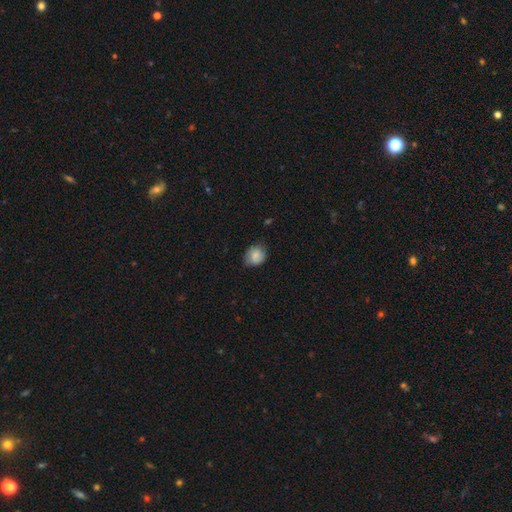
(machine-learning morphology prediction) This is likely a smooth galaxy (76%). How rounded: likely round (64%). Merging: likely none (69%).